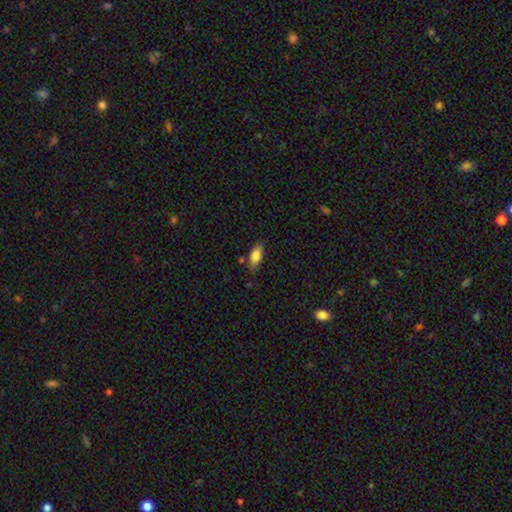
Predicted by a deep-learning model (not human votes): Smooth or featured? smooth (81%)
How rounded? in between (85%)
Merging? none (71%)